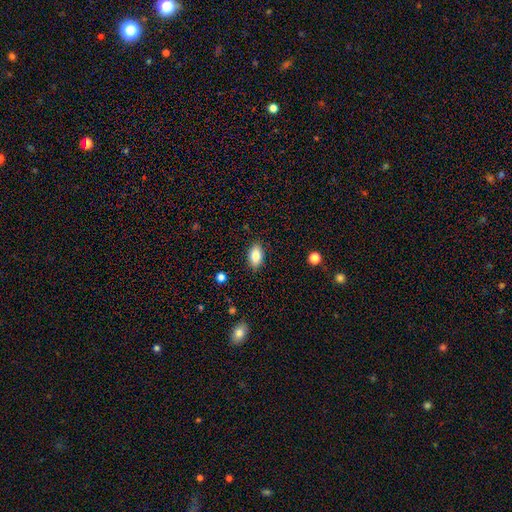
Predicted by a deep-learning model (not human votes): Smooth or featured?
  - smooth: 83% *
  - featured or disk: 10%
  - star or artifact: 8%
How rounded?
  - in between: 91% *
  - round: 6%
  - cigar-shaped: 3%
Merging?
  - none: 88% *
  - minor disturbance: 9%
  - major disturbance: 2%
  - merger: 1%